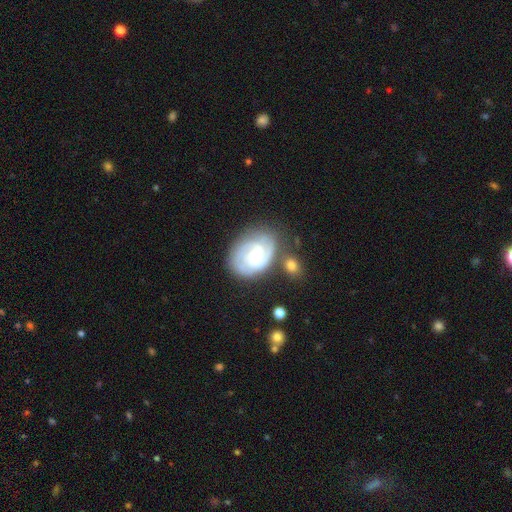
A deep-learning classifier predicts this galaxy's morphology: smooth_or_featured: featured or disk (p=0.83) [alt: smooth p=0.12]
disk_edge_on: no (p=0.97) [alt: yes p=0.03]
bar: weak (p=0.52) [alt: no p=0.32]
has_spiral_arms: yes (p=0.95) [alt: no p=0.05]
spiral_winding: tight (p=0.61) [alt: medium p=0.32]
spiral_arm_count: 2 (p=0.63) [alt: can't tell p=0.15]
bulge_size: moderate (p=0.60) [alt: small p=0.30]
merging: none (p=0.69) [alt: minor disturbance p=0.17]